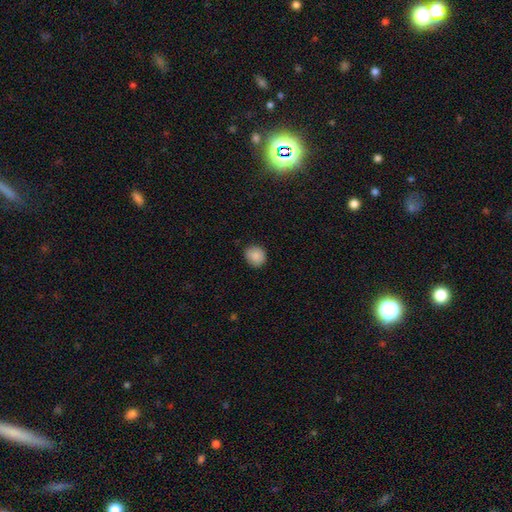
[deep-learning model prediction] Smooth or featured? smooth (87%)
How rounded? round (81%)
Merging? none (85%)